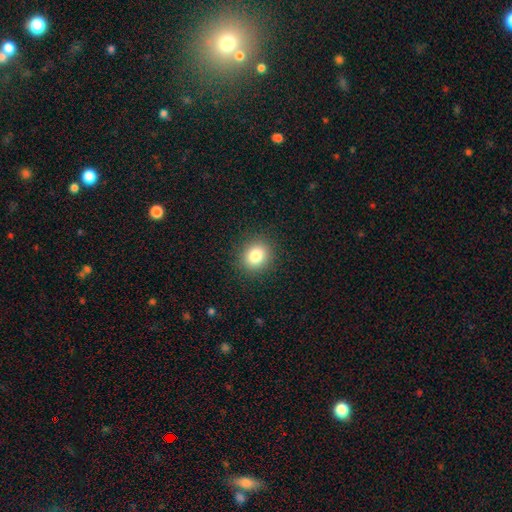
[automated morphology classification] smooth_or_featured: smooth (p=0.83) [alt: star or artifact p=0.10]
how_rounded: round (p=0.70) [alt: in between p=0.30]
merging: none (p=0.89) [alt: minor disturbance p=0.07]